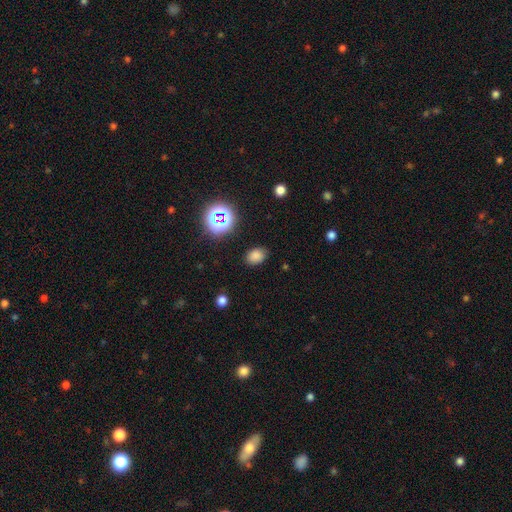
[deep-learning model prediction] Smooth or featured? Predicted: smooth (p=0.77). How rounded? Predicted: in between (p=0.74). Merging? Predicted: none (p=0.85).